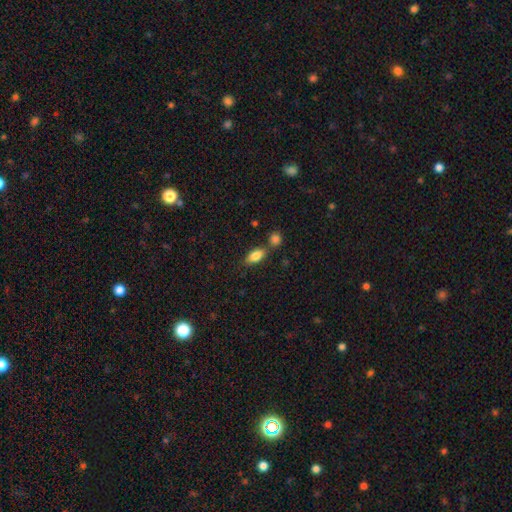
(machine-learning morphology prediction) type=smooth (83%); roundness=in between (86%); merging=none (66%).